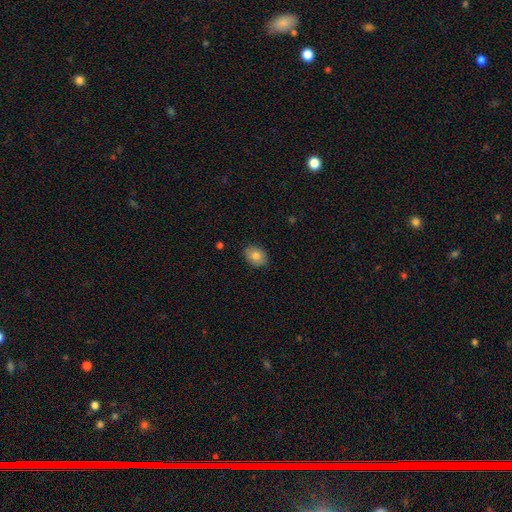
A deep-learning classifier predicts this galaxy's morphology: A smooth galaxy with no disk features (78%) that is in between round and cigar-shaped (66%). Merging: none (86%).